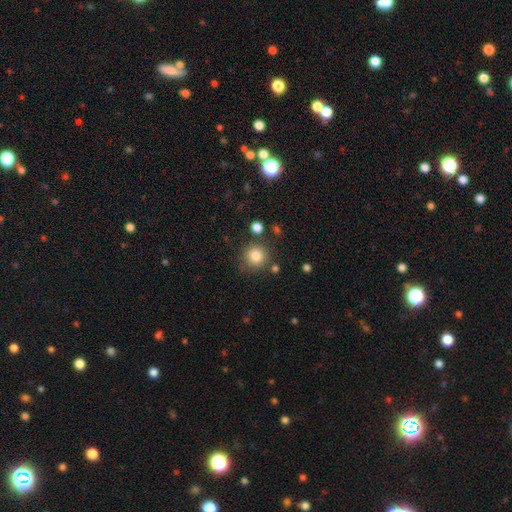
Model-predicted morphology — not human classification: smooth_or_featured: smooth (p=0.84) [alt: star or artifact p=0.11]
how_rounded: round (p=0.92) [alt: in between p=0.07]
merging: none (p=0.80) [alt: minor disturbance p=0.11]